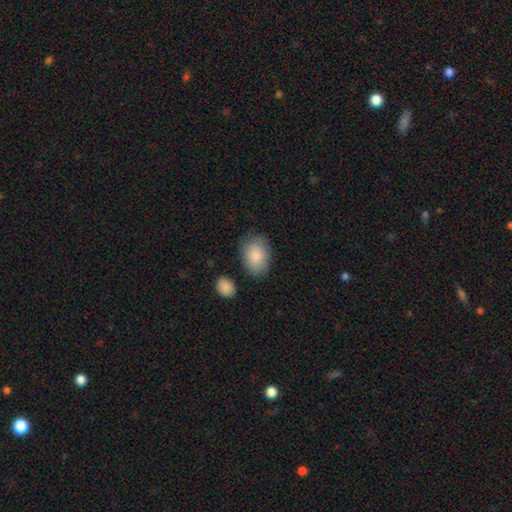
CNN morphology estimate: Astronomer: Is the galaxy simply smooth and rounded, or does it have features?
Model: smooth — 86%.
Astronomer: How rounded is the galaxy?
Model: in between — 80%.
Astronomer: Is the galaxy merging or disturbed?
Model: none — 77%.